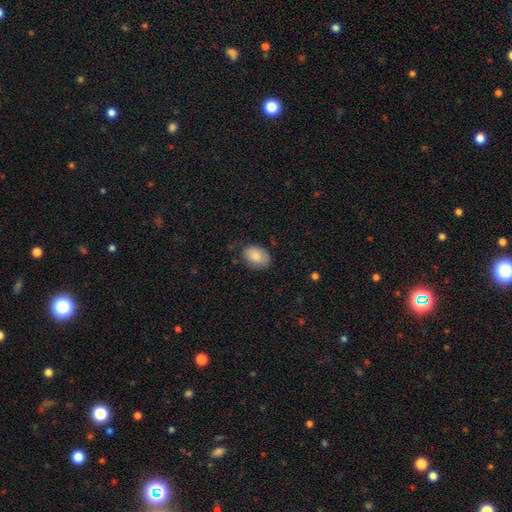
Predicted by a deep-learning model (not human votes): smooth 85%, featured or disk 8%, star or artifact 7%. Down the decision tree: how rounded — in between (85%); merging — none (75%).